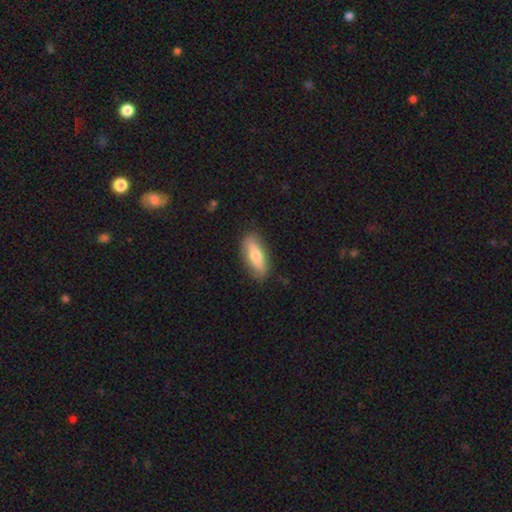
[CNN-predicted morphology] Smooth or featured: smooth — 65% (featured or disk — 30%)
How rounded: in between — 61% (cigar-shaped — 36%)
Merging: none — 86% (minor disturbance — 11%)